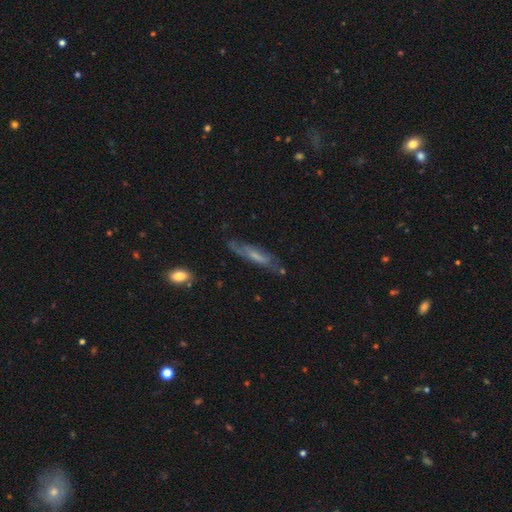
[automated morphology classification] Smooth or featured? Predicted: featured or disk (p=0.57). Edge-on disk? Predicted: yes (p=0.50, tied with no). Merging? Predicted: none (p=0.65).